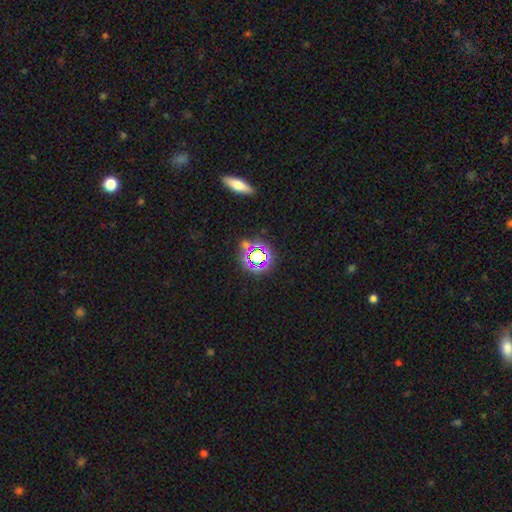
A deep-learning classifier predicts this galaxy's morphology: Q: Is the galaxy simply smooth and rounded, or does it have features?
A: star or artifact — 65%.